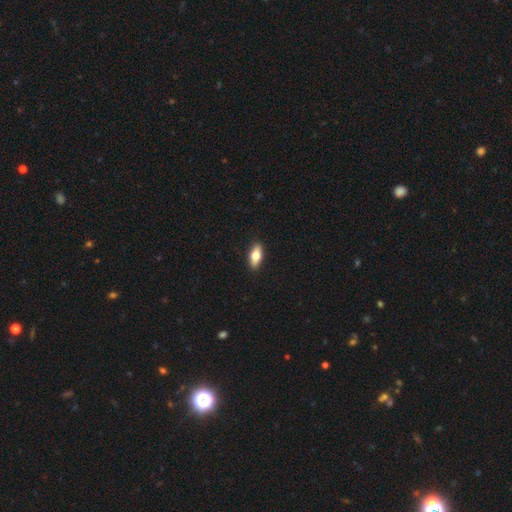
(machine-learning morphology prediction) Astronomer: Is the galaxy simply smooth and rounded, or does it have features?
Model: smooth — 70%.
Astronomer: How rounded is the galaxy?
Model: in between — 80%.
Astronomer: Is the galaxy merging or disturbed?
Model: none — 90%.